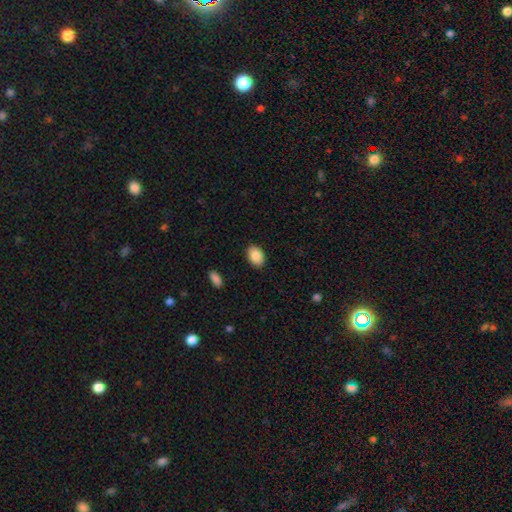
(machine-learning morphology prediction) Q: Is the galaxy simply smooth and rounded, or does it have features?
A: smooth — 88%.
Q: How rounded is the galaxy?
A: in between — 85%.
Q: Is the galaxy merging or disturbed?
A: none — 89%.